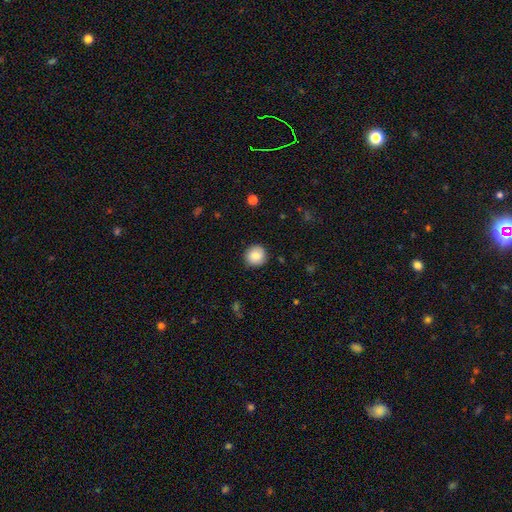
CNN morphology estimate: A smooth galaxy with no disk features (81%) that is round (93%). Merging: none (89%).